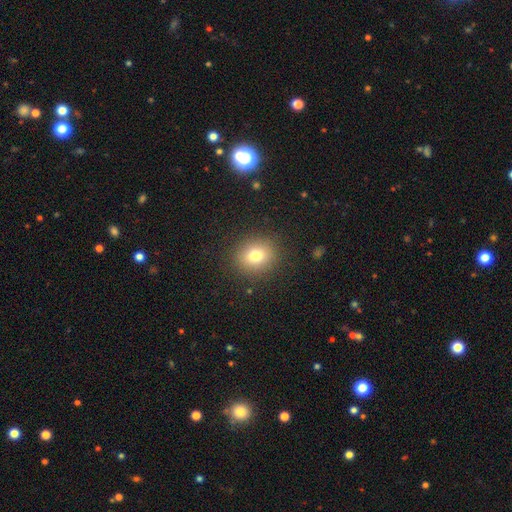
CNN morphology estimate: Smooth or featured? smooth (78%)
How rounded? round (75%)
Merging? none (89%)